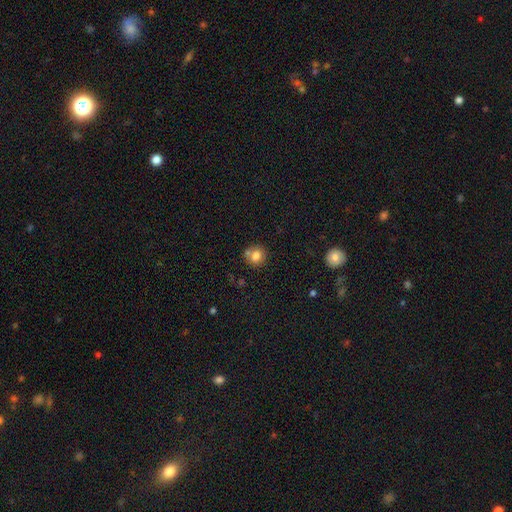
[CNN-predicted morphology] smooth-or-featured: smooth: 79% | star or artifact: 11% | featured or disk: 10%
  how-rounded: round: 85% | in between: 14% | cigar-shaped: 1%
  merging: none: 64% | merger: 21% | minor disturbance: 11% | major disturbance: 3%